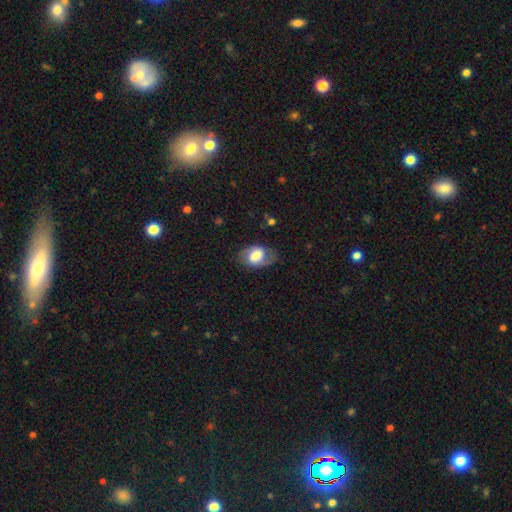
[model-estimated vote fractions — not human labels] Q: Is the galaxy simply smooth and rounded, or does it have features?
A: smooth — 51%.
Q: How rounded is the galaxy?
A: in between — 82%.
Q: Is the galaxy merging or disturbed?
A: none — 70%.